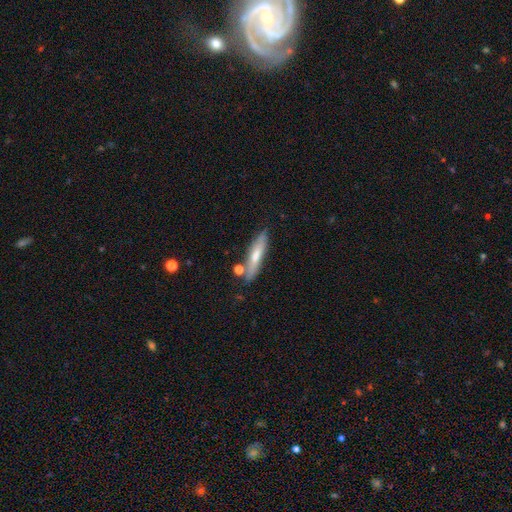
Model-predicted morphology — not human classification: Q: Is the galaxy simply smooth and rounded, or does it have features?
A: featured or disk — 48%.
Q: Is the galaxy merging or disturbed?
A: none — 76%.